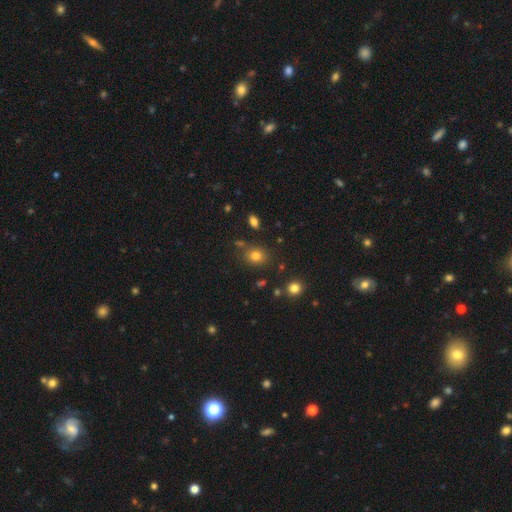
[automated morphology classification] The model was most divided on "how rounded": round: 58%, in between: 41%, cigar-shaped: 1%. More confident: smooth or featured — smooth (78%); merging — none (77%).